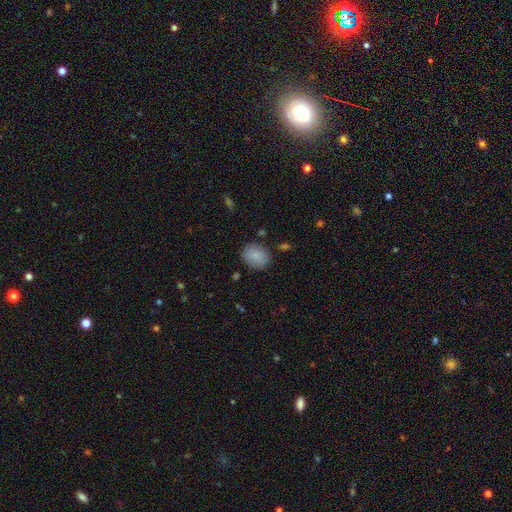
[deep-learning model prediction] A smooth galaxy with no disk features (86%) that is round (64%). Merging: none (81%).